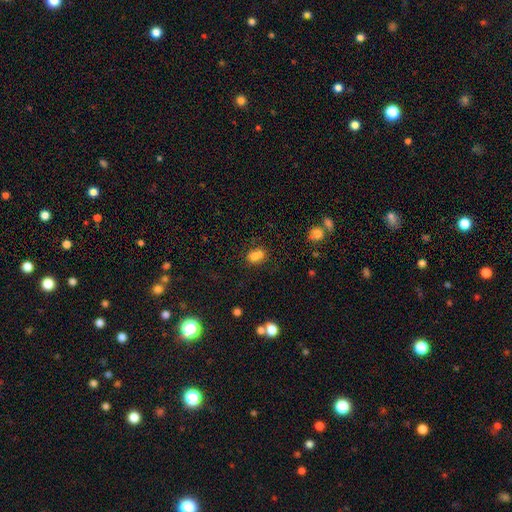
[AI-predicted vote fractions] Smooth or featured?
  - smooth: 71% *
  - featured or disk: 15%
  - star or artifact: 14%
How rounded?
  - round: 52% *
  - in between: 47%
  - cigar-shaped: 2%
Merging?
  - merger: 56% *
  - none: 31%
  - minor disturbance: 9%
  - major disturbance: 4%